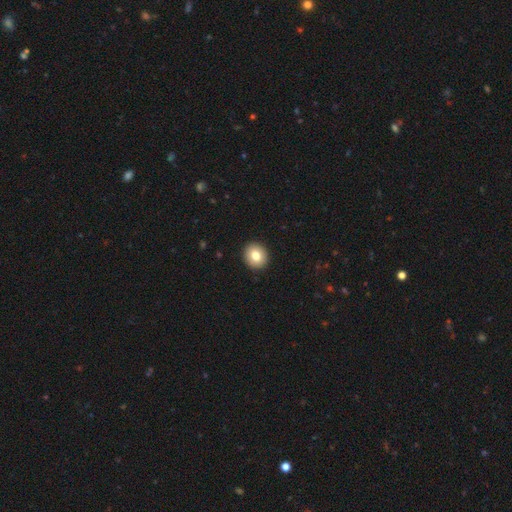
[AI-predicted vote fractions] Smooth or featured? smooth (80%)
How rounded? round (78%)
Merging? none (92%)